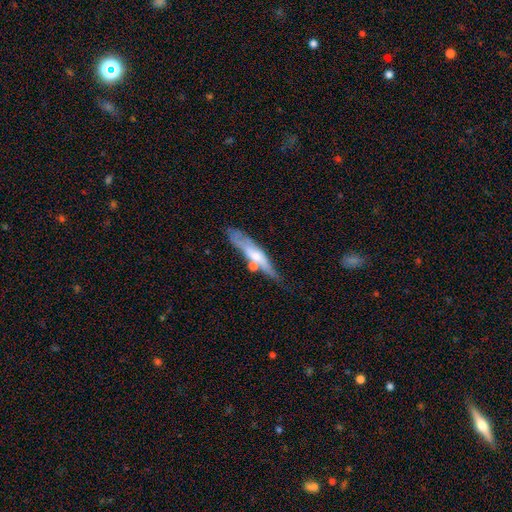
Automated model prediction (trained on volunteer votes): Smooth or featured? featured or disk (48%)
Merging? none (54%)